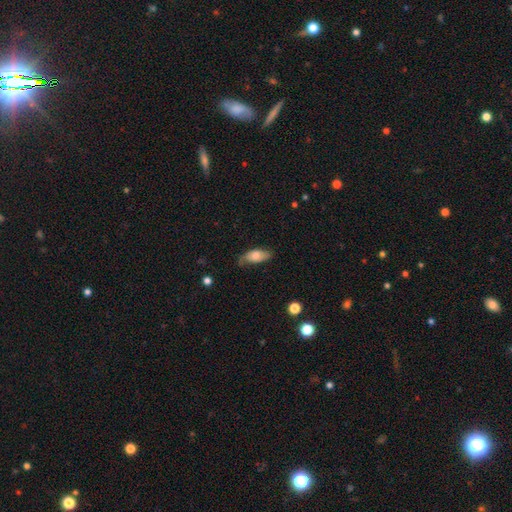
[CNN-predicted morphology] Smooth or featured: smooth — 70% (featured or disk — 23%)
How rounded: in between — 82% (cigar-shaped — 16%)
Merging: none — 62% (minor disturbance — 29%)